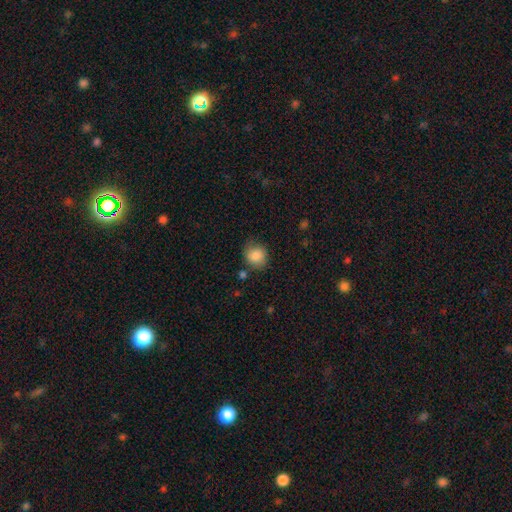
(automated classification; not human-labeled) Smooth or featured: smooth — 86% (star or artifact — 8%)
How rounded: round — 79% (in between — 20%)
Merging: none — 75% (minor disturbance — 17%)